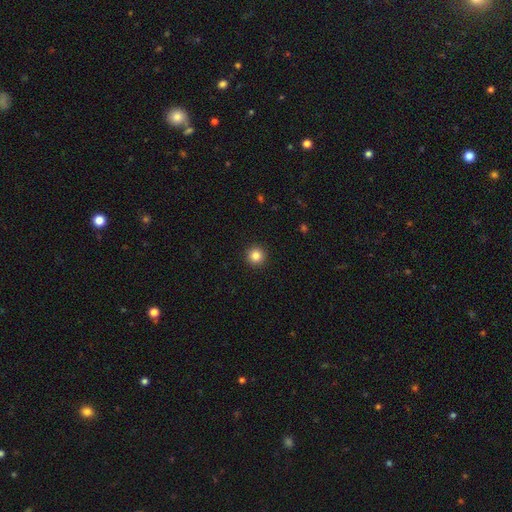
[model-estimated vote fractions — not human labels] Smooth or featured? Predicted: smooth (p=0.84). How rounded? Predicted: round (p=0.96). Merging? Predicted: none (p=0.93).